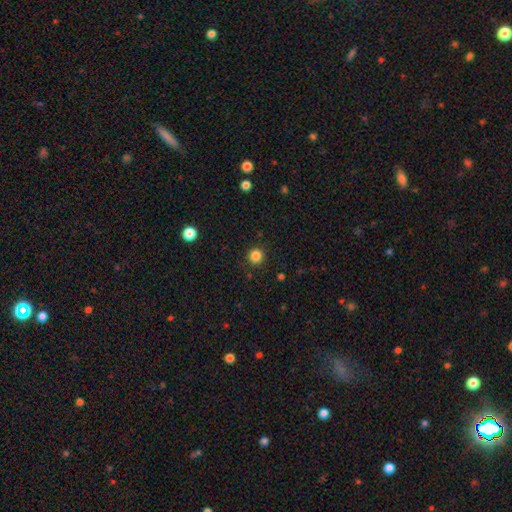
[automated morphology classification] A smooth galaxy with no disk features (85%) that is round (92%).

Vote fractions:
- Smooth or featured? smooth: 85% / star or artifact: 12% / featured or disk: 3%
- How rounded? round: 92% / in between: 7% / cigar-shaped: 1%
- Merging? none: 90% / minor disturbance: 6% / major disturbance: 2% / merger: 1%